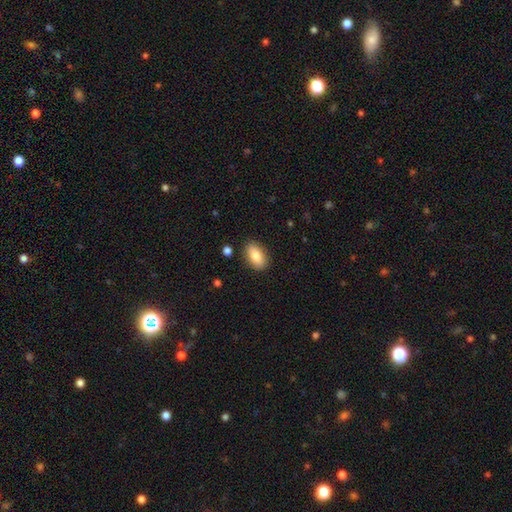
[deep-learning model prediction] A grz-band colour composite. It shows a smooth galaxy with no disk features (82%) that is in between round and cigar-shaped (91%). Merging: none (87%).